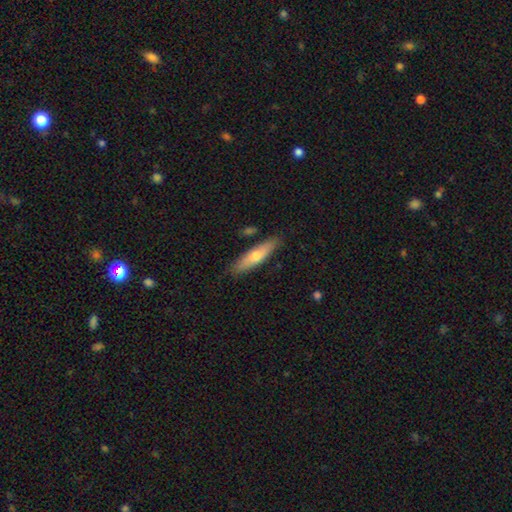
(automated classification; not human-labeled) Overall: smooth (60%; featured or disk 34%). How rounded: cigar-shaped (71%). Merging: none (84%).